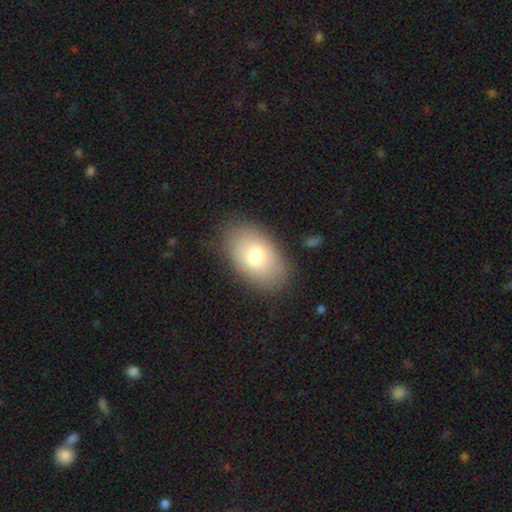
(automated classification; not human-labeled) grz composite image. It shows a smooth galaxy with no disk features (75%) that is in between round and cigar-shaped (90%). Merging: none (84%).